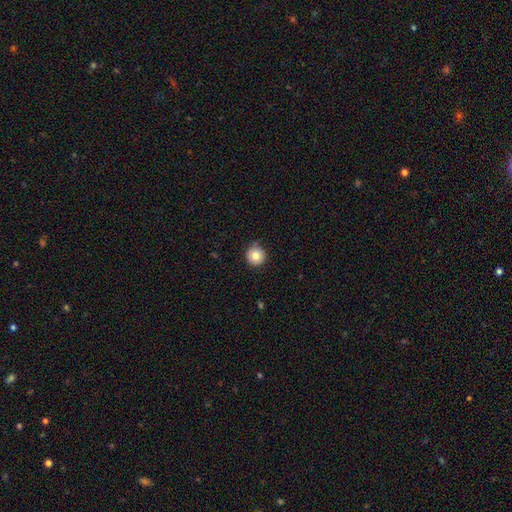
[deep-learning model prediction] Smooth or featured? smooth (82%)
How rounded? round (95%)
Merging? none (85%)